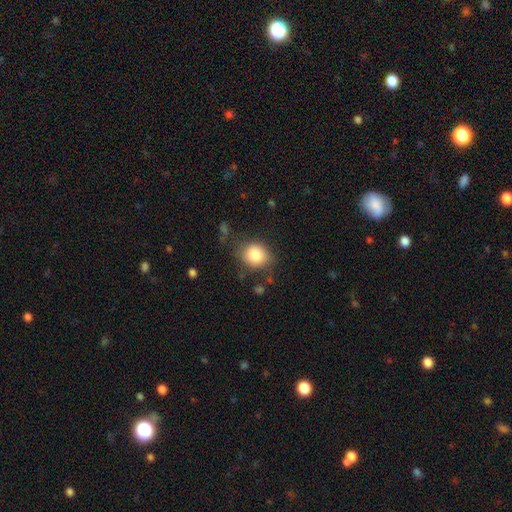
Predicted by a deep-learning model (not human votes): Overall: smooth (83%). How rounded: round (65%; in between 34%). Merging: none (73%).